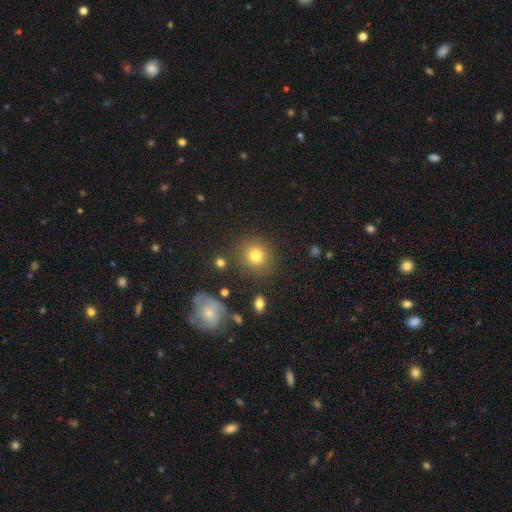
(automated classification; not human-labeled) A smooth galaxy with no disk features (78%) that is round (88%). Merging: none (85%).